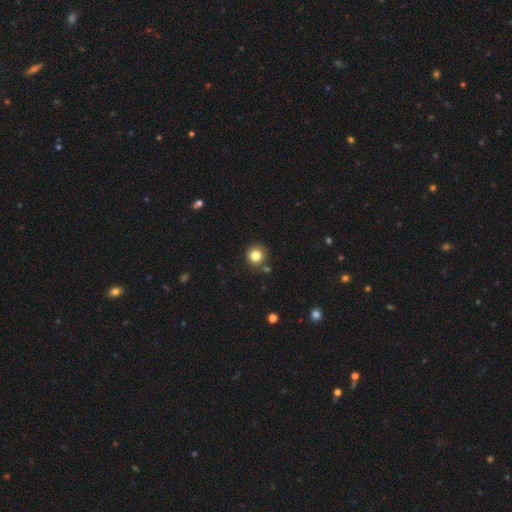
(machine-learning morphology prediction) A smooth galaxy with no disk features (82%) that is round (93%). Merging: none (83%).